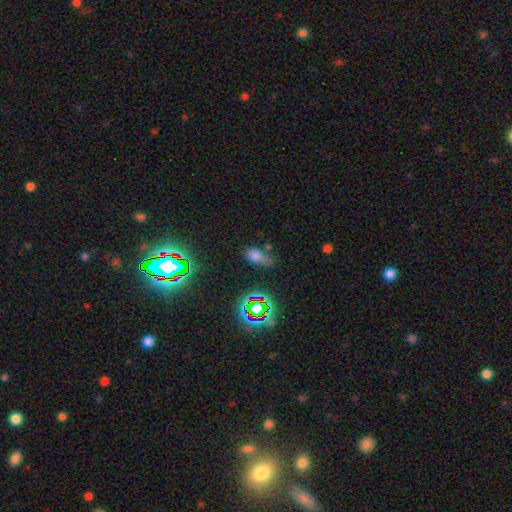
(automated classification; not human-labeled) Overall: smooth (66%). How rounded: in between (83%). Merging: none (53%; minor disturbance 26%).